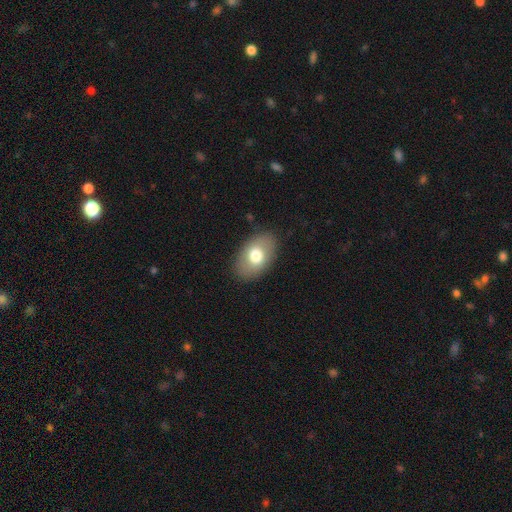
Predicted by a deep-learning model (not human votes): This is likely a smooth galaxy (72%). How rounded: clearly in between (89%). Merging: clearly none (86%).